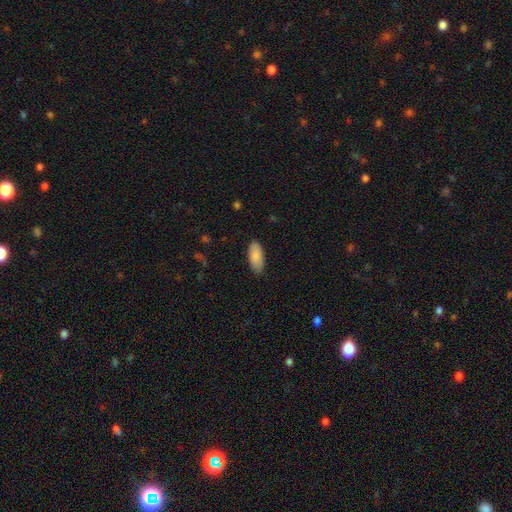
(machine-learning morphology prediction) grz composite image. It shows a smooth galaxy with no disk features (87%) that is in between round and cigar-shaped (90%). Merging: none (85%).